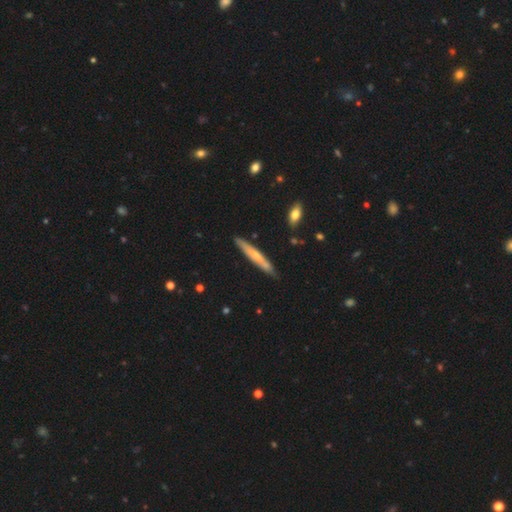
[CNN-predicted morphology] Smooth or featured? Predicted: smooth (p=0.49). Merging? Predicted: none (p=0.83).